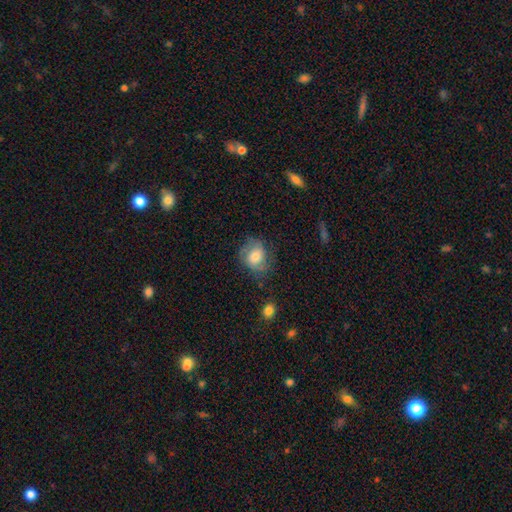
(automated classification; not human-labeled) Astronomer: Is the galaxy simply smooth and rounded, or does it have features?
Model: smooth — 59%.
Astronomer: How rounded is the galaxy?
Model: round — 54% (runner-up: in between, 45%).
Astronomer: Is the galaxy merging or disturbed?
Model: none — 60%.